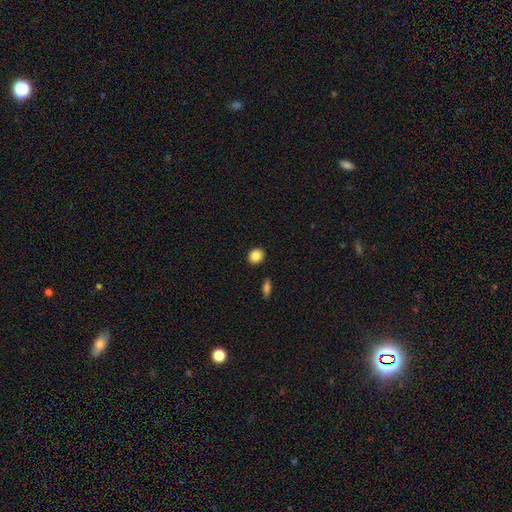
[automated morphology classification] This is clearly a smooth galaxy (86%). How rounded: likely round (80%). Merging: clearly none (91%).